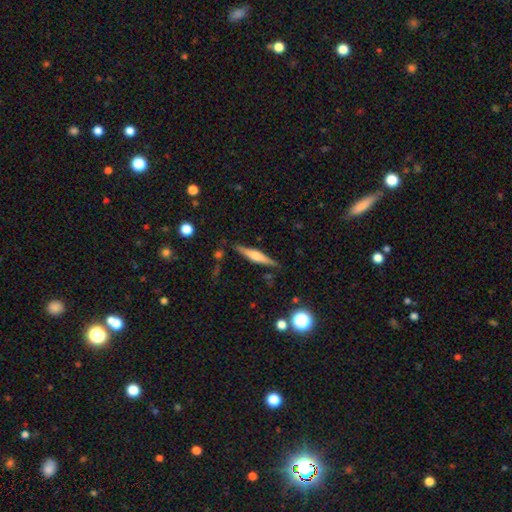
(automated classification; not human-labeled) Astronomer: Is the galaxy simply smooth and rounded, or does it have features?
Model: featured or disk — 64%.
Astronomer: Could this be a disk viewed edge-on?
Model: yes — 97%.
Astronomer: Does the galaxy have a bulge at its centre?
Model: rounded — 77%.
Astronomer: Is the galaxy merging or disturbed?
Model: none — 86%.